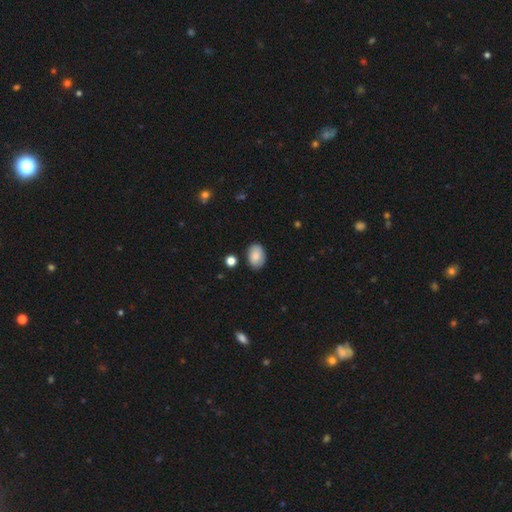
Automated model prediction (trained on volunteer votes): Smooth or featured?
  - smooth: 85% *
  - featured or disk: 8%
  - star or artifact: 7%
How rounded?
  - in between: 85% *
  - round: 14%
  - cigar-shaped: 1%
Merging?
  - none: 81% *
  - minor disturbance: 13%
  - major disturbance: 3%
  - merger: 3%